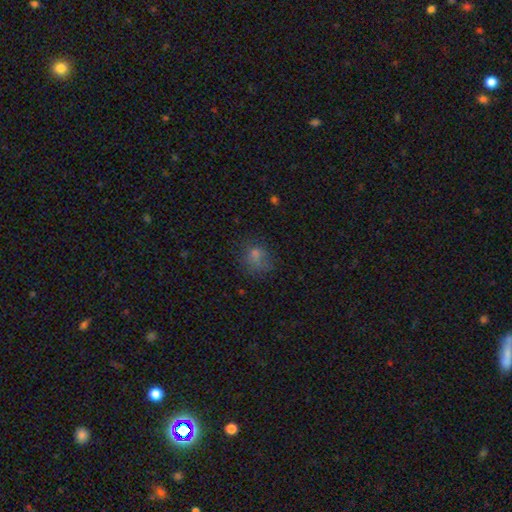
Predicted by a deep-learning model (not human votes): Smooth or featured? Predicted: smooth (p=0.70). How rounded? Predicted: round (p=0.65). Merging? Predicted: none (p=0.53).